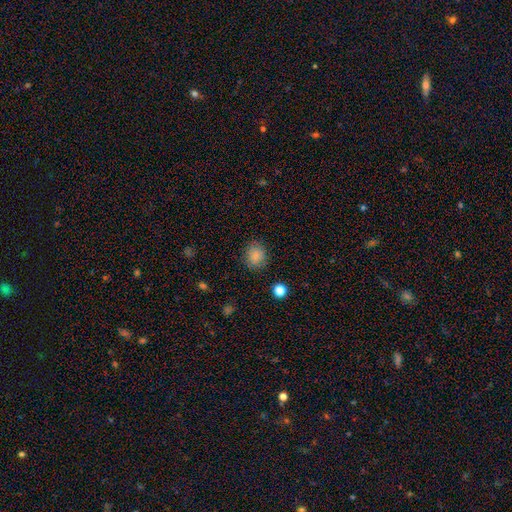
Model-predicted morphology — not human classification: This is clearly a smooth galaxy (85%). How rounded: likely round (71%). Merging: clearly none (84%).